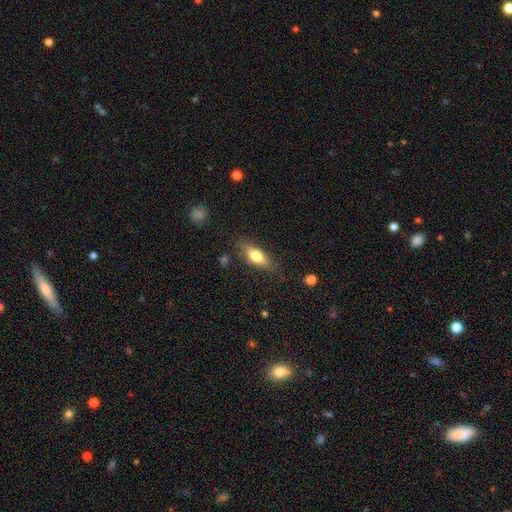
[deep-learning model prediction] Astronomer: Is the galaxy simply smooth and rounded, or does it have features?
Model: smooth — 71%.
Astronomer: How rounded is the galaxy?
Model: in between — 68%.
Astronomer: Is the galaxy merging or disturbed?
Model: none — 77%.